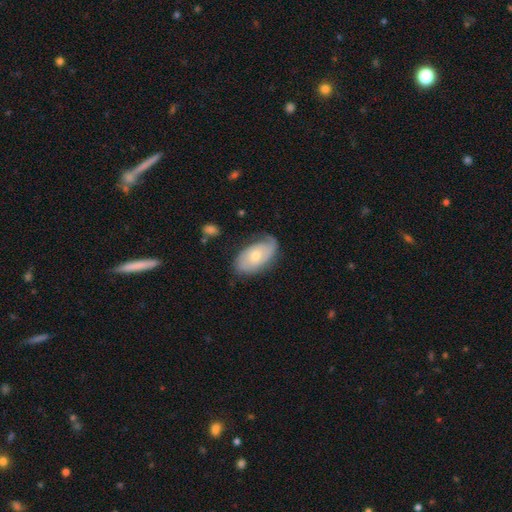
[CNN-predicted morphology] Smooth or featured? Predicted: featured or disk (p=0.54). Edge-on disk? Predicted: no (p=0.92). Bar? Predicted: no (p=0.75). Spiral arms? Predicted: yes (p=0.78). Bulge size? Predicted: moderate (p=0.55). Merging? Predicted: none (p=0.61).